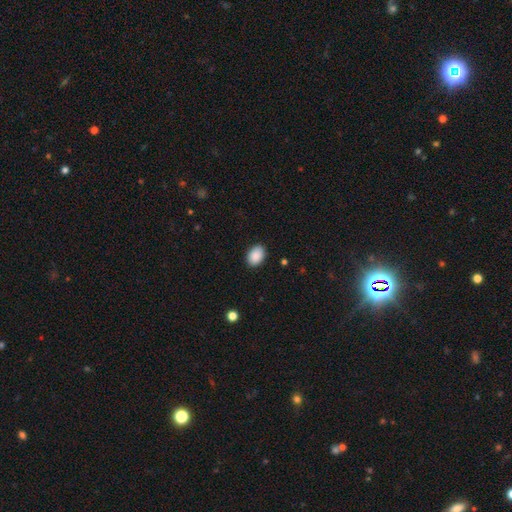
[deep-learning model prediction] Smooth or featured: smooth — 90% (star or artifact — 7%)
How rounded: in between — 83% (round — 16%)
Merging: none — 88% (minor disturbance — 9%)